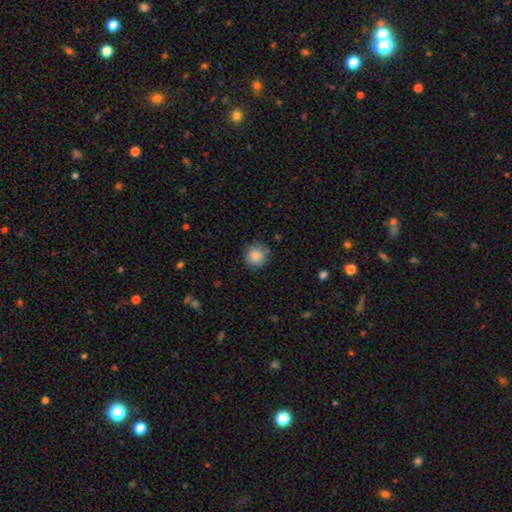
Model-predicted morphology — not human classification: This appears to be a smooth galaxy with no disk features (86%) that is round (91%). Merging: none (79%).